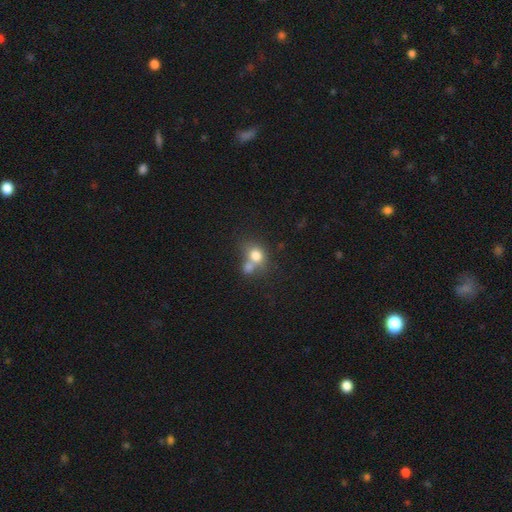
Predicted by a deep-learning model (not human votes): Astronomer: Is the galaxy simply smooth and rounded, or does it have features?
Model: smooth — 76%.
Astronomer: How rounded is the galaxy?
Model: round — 54% (runner-up: in between, 45%).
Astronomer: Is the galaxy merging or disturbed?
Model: merger — 52% (runner-up: none, 32%).